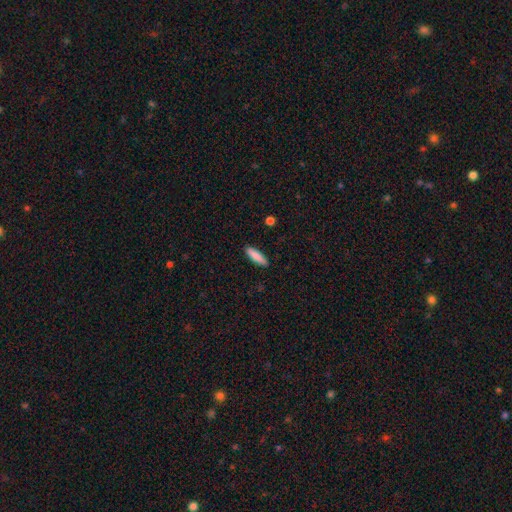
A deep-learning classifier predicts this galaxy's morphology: A smooth galaxy with no disk features (86%) that is cigar-shaped (63%).

Vote fractions:
- Smooth or featured? smooth: 86% / featured or disk: 8% / star or artifact: 6%
- How rounded? cigar-shaped: 63% / in between: 35% / round: 2%
- Merging? none: 89% / minor disturbance: 8% / major disturbance: 2% / merger: 1%